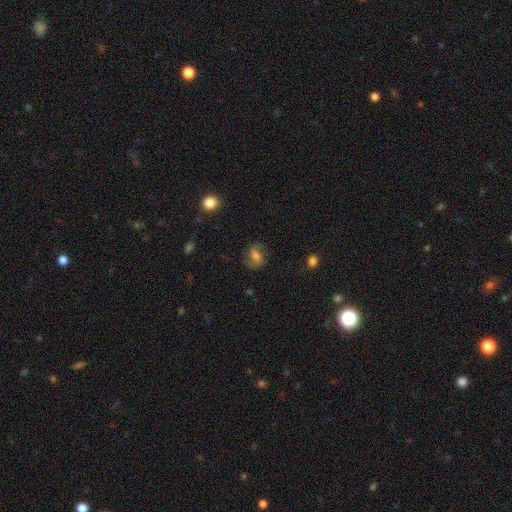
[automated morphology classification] A smooth galaxy with no disk features (61%) that is in between round and cigar-shaped (61%). Merging: none (72%).